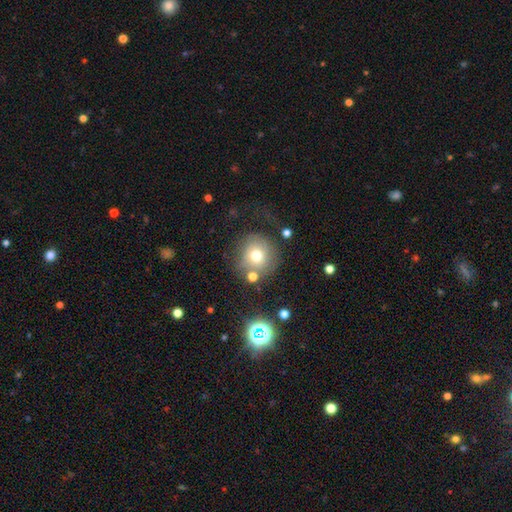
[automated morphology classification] This is likely a smooth galaxy (69%). How rounded: clearly round (91%). Merging: likely none (61%).